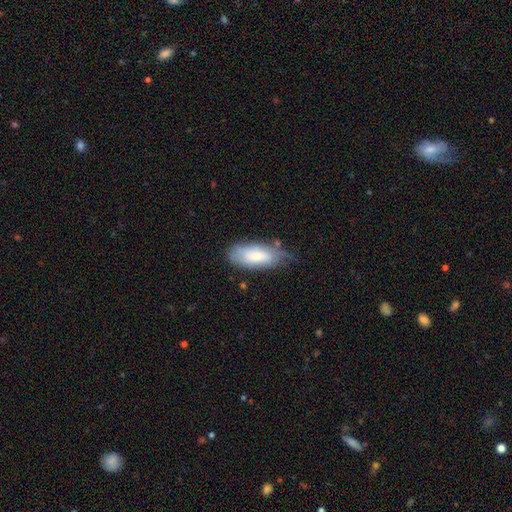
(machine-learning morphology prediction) smooth_or_featured: smooth (p=0.74) [alt: featured or disk p=0.20]
how_rounded: in between (p=0.84) [alt: cigar-shaped p=0.14]
merging: none (p=0.56) [alt: minor disturbance p=0.32]